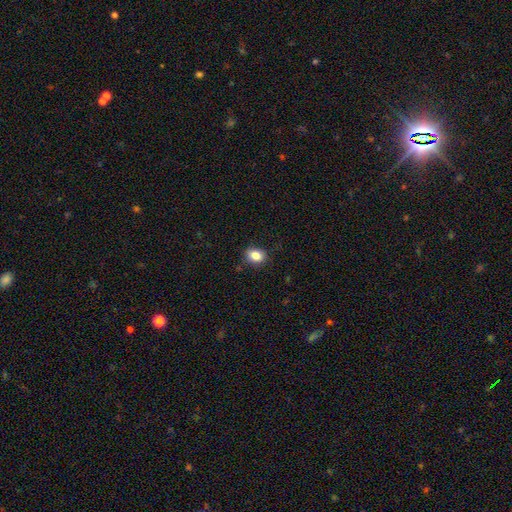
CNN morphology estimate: Smooth or featured? smooth (83%)
How rounded? in between (64%)
Merging? none (85%)